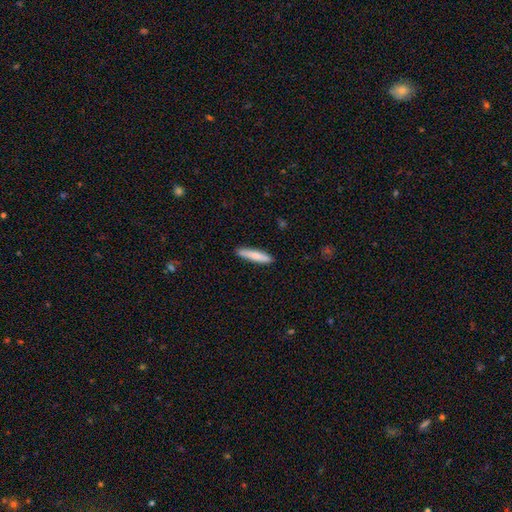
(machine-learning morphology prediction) A smooth galaxy with no disk features (79%) that is cigar-shaped (89%).

Vote fractions:
- Smooth or featured? smooth: 79% / featured or disk: 16% / star or artifact: 5%
- How rounded? cigar-shaped: 89% / in between: 10% / round: 1%
- Merging? none: 90% / minor disturbance: 8% / major disturbance: 2% / merger: 1%